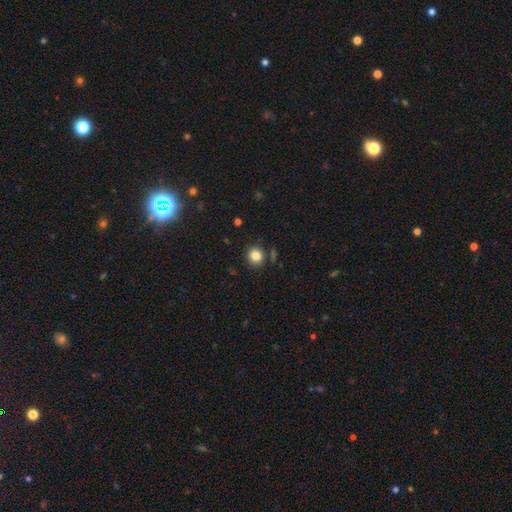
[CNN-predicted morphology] This is clearly a smooth galaxy (83%). How rounded: clearly round (80%). Merging: clearly none (84%).